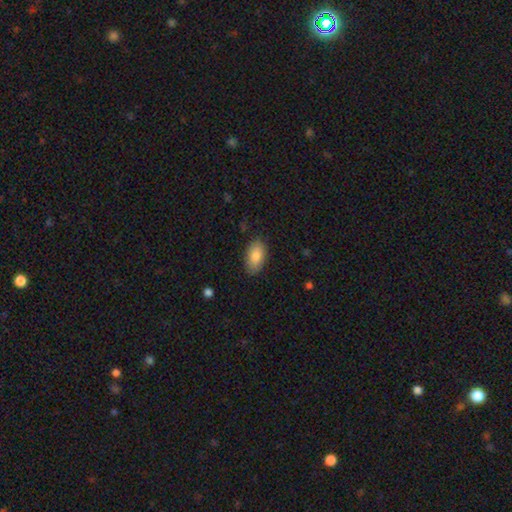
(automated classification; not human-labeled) Smooth or featured: smooth — 83% (featured or disk — 10%)
How rounded: in between — 93% (round — 4%)
Merging: none — 85% (minor disturbance — 11%)